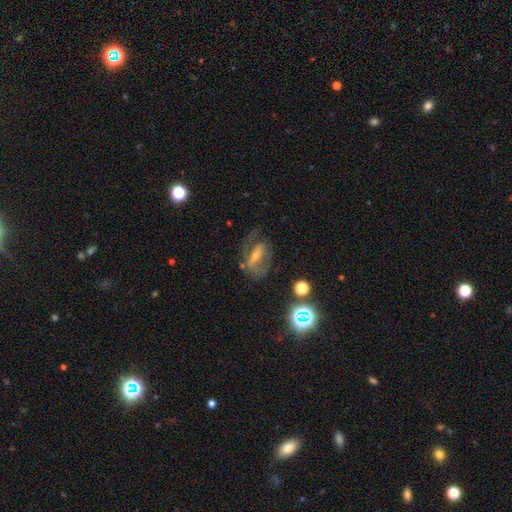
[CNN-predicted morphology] smooth-or-featured: featured or disk: 64% | smooth: 21% | star or artifact: 15%
  disk-edge-on: no: 88% | yes: 12%
    bar: strong: 51% | weak: 30% | no: 20%
    has-spiral-arms: yes: 68% | no: 32%
    bulge-size: small: 54% | moderate: 31% | none: 9% | large: 4% | dominant: 2%
  merging: none: 57% | major disturbance: 21% | minor disturbance: 19% | merger: 3%